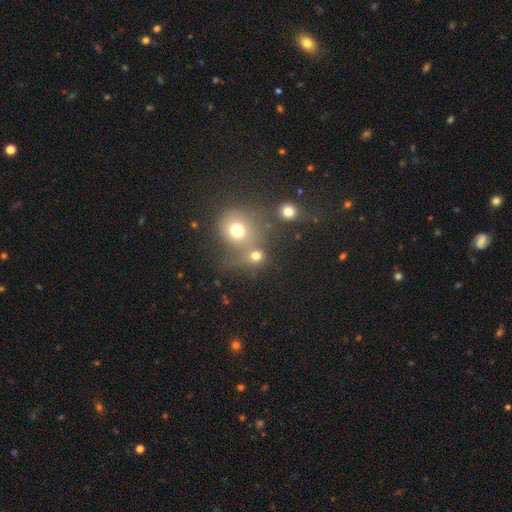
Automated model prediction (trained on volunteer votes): A smooth galaxy with no disk features (73%) that is round (83%). Merging: none (50%).